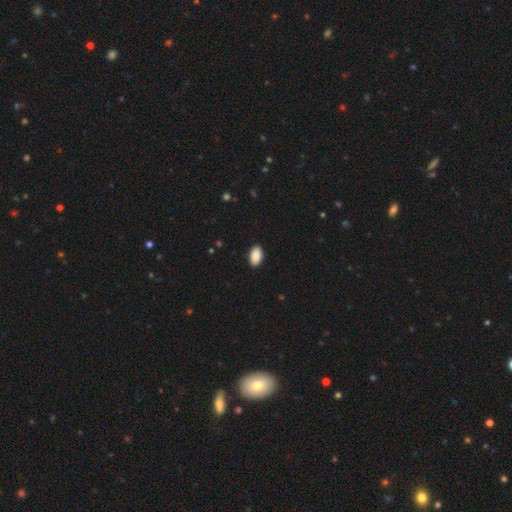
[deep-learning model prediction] smooth-or-featured: smooth: 90% | star or artifact: 7% | featured or disk: 4%
  how-rounded: in between: 94% | round: 4% | cigar-shaped: 1%
  merging: none: 91% | minor disturbance: 7% | major disturbance: 2% | merger: 1%